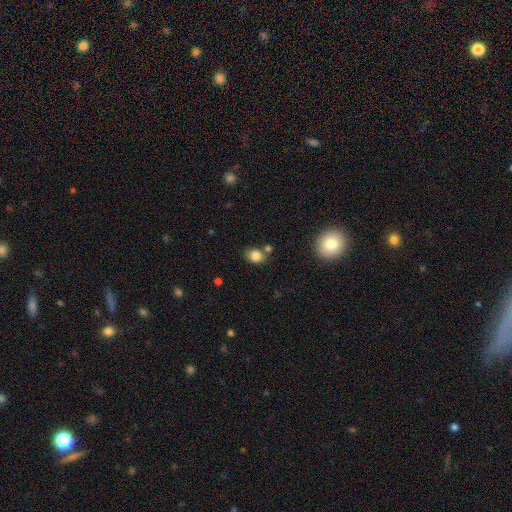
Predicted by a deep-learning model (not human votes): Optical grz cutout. It shows a smooth galaxy with no disk features (83%) that is in between round and cigar-shaped (53%). Merging: none (66%).